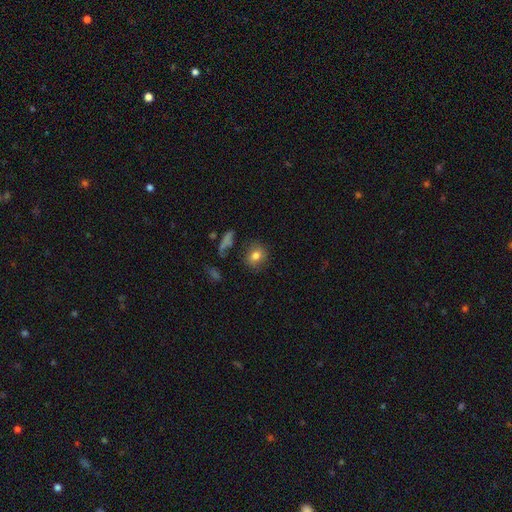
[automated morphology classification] Smooth or featured? smooth (79%)
How rounded? round (71%)
Merging? none (79%)